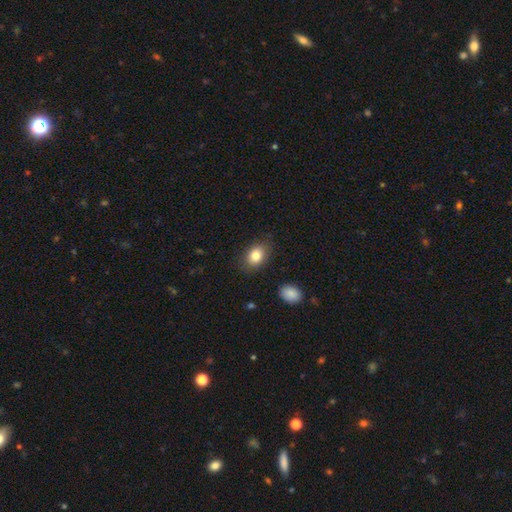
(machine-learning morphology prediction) A smooth galaxy with no disk features (83%) that is in between round and cigar-shaped (73%).

Vote fractions:
- Smooth or featured? smooth: 83% / star or artifact: 9% / featured or disk: 8%
- How rounded? in between: 73% / round: 26% / cigar-shaped: 1%
- Merging? none: 82% / minor disturbance: 13% / major disturbance: 3% / merger: 2%